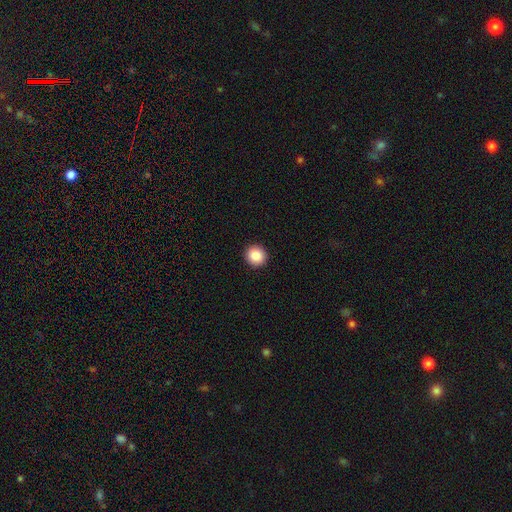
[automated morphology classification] Smooth or featured? smooth (88%)
How rounded? round (93%)
Merging? none (93%)